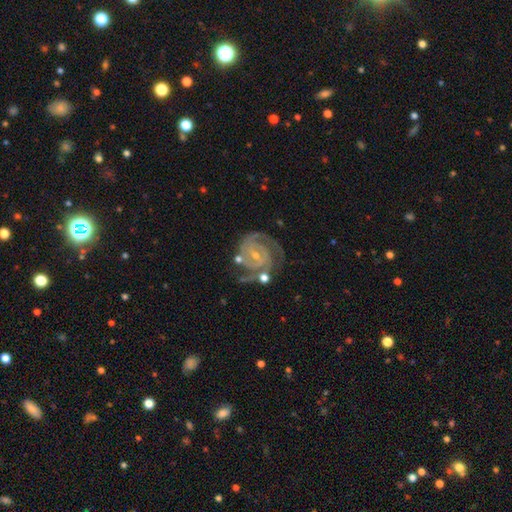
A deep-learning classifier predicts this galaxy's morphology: smooth-or-featured: featured or disk: 92% | star or artifact: 5% | smooth: 3%
  disk-edge-on: no: 98% | yes: 2%
    bar: weak: 44% | no: 36% | strong: 19%
    has-spiral-arms: yes: 98% | no: 2%
      spiral-winding: tight: 64% | medium: 31% | loose: 4%
      spiral-arm-count: 2: 69% | 3: 16% | can't tell: 7% | 4: 3% | 1: 3% | more than 4: 3%
    bulge-size: small: 69% | moderate: 26% | none: 3% | large: 1% | dominant: 1%
  merging: none: 65% | minor disturbance: 18% | major disturbance: 9% | merger: 8%